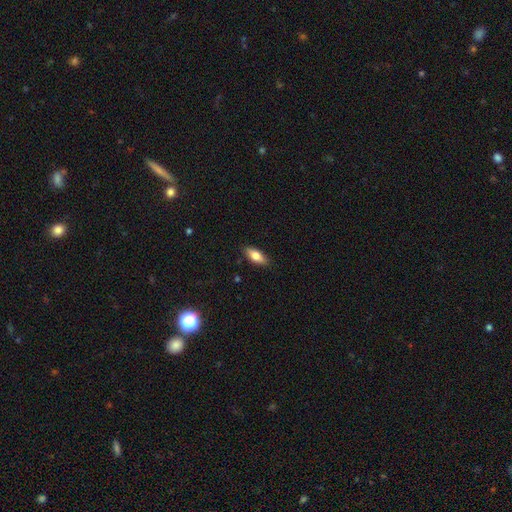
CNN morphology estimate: smooth 76%, featured or disk 17%, star or artifact 7%. Down the decision tree: how rounded — in between (79%); merging — none (87%).